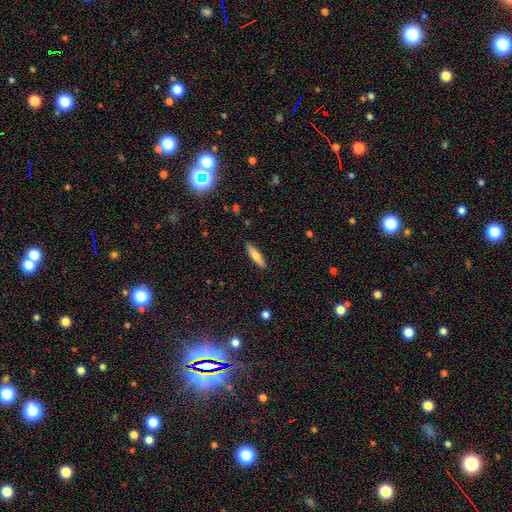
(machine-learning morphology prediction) Overall: smooth (68%). How rounded: cigar-shaped (75%). Merging: none (90%).